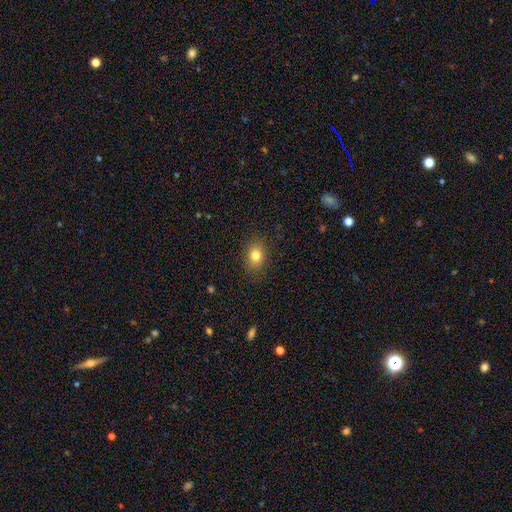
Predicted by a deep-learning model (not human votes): The model was most divided on "how rounded": in between: 61%, round: 37%, cigar-shaped: 1%. More confident: merging — none (86%); smooth or featured — smooth (80%).